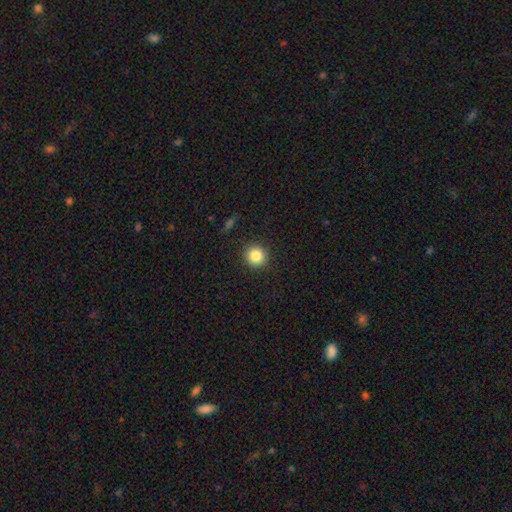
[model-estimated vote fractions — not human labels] Smooth or featured? smooth (84%)
How rounded? round (93%)
Merging? none (91%)